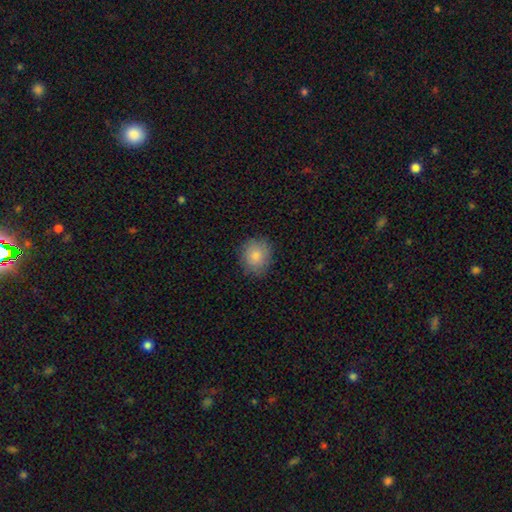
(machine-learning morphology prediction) Overall: smooth (83%). How rounded: round (77%). Merging: none (84%).